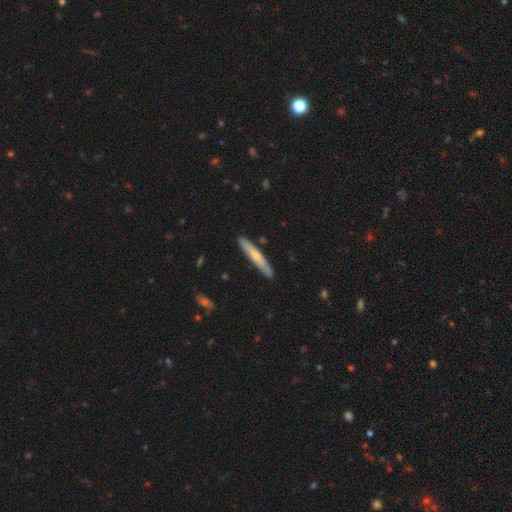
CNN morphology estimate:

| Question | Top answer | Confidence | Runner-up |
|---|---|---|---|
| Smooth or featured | smooth | 53% | featured or disk (41%) |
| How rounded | cigar-shaped | 94% | in between (5%) |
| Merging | none | 85% | minor disturbance (11%) |